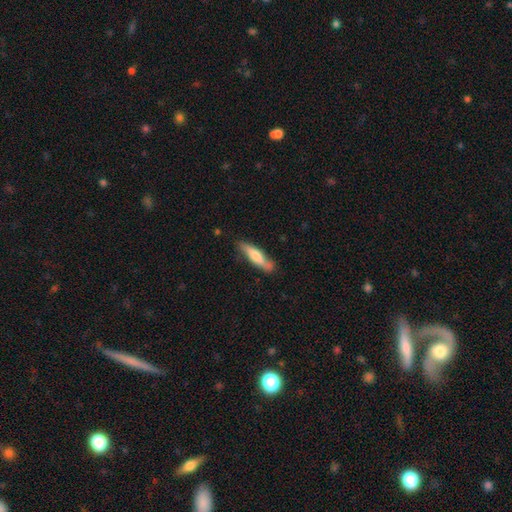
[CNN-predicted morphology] This appears to be a smooth galaxy with no disk features (62%) that is cigar-shaped (73%). Merging: none (74%).